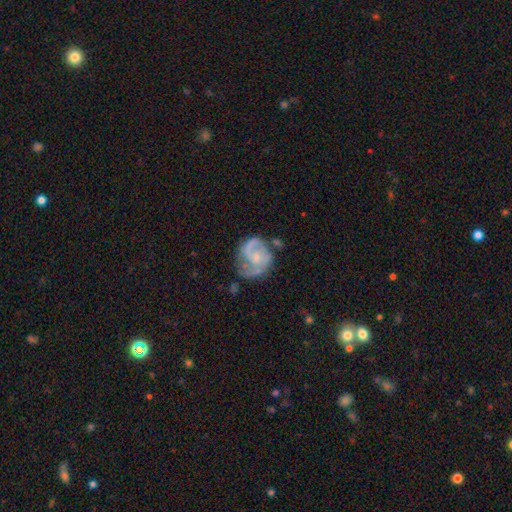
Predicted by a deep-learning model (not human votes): Morphology: type=featured or disk (81%); edge-on=no (98%); bar=no (64%); spiral arms=yes (93%); winding=medium (49%); arm count=2 (75%); bulge=small (56%); merging=none (55%).